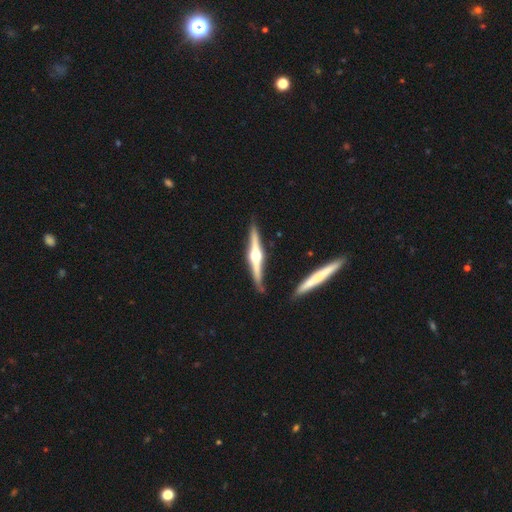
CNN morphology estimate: A featured or disk galaxy (83%) viewed edge-on (98%) with a rounded central bulge (95%).

Vote fractions:
- Smooth or featured? featured or disk: 83% / smooth: 12% / star or artifact: 4%
- Edge-on disk? yes: 98% / no: 2%
- Edge-on bulge? rounded: 95% / boxy: 3% / none: 2%
- Merging? none: 86% / minor disturbance: 10% / merger: 3% / major disturbance: 2%